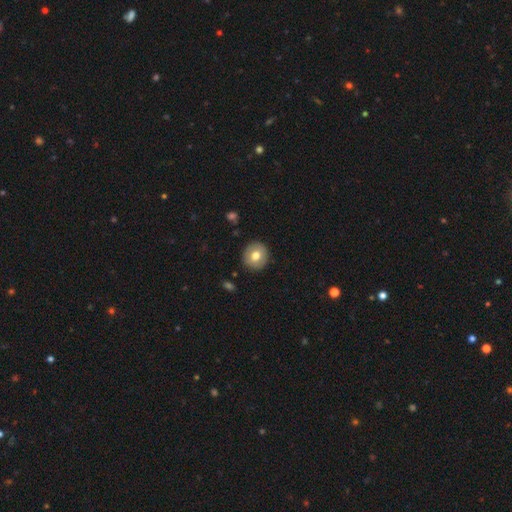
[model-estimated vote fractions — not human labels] This appears to be a smooth galaxy with no disk features (72%) that is round (92%). Merging: none (91%).